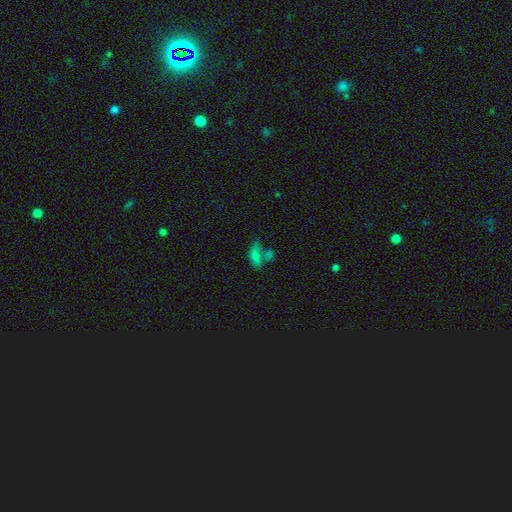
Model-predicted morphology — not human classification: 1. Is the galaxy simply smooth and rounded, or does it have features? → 72% smooth, 16% star or artifact, 13% featured or disk.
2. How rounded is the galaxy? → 83% in between, 9% cigar-shaped, 7% round.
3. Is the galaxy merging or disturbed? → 46% merger, 31% none, 12% minor disturbance, 10% major disturbance.